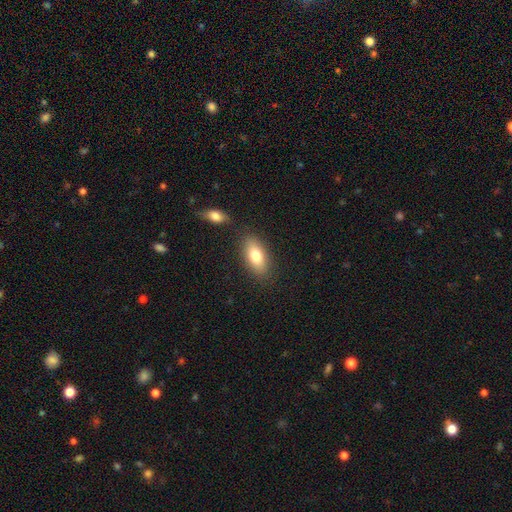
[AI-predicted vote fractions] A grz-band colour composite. It shows a smooth galaxy with no disk features (76%) that is in between round and cigar-shaped (87%). Merging: none (81%).